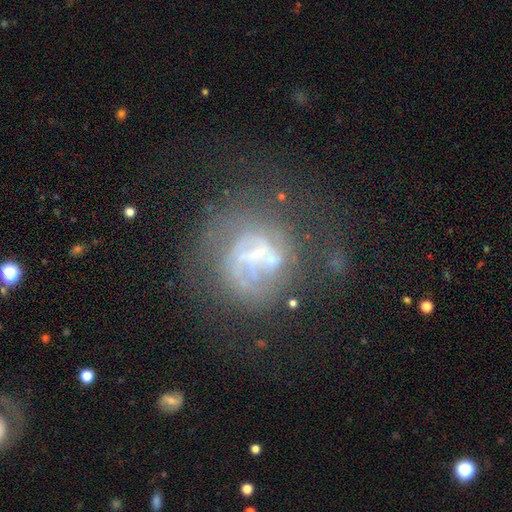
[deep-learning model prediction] Morphology: type=featured or disk (64%); edge-on=no (97%); bar=no (50%); spiral arms=no (57%); bulge=small (39%); merging=none (43%).